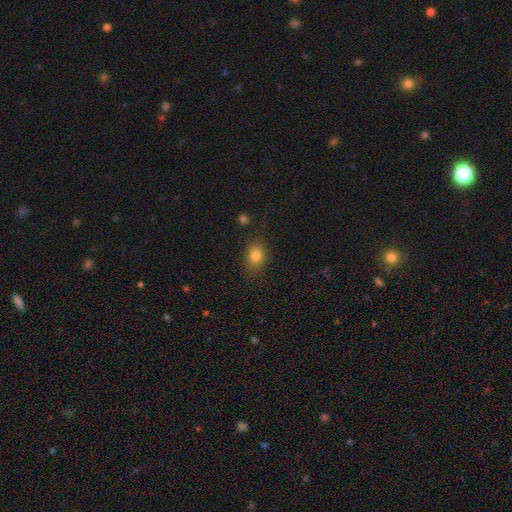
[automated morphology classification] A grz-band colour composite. It shows a smooth galaxy with no disk features (81%) that is in between round and cigar-shaped (59%). Merging: none (81%).